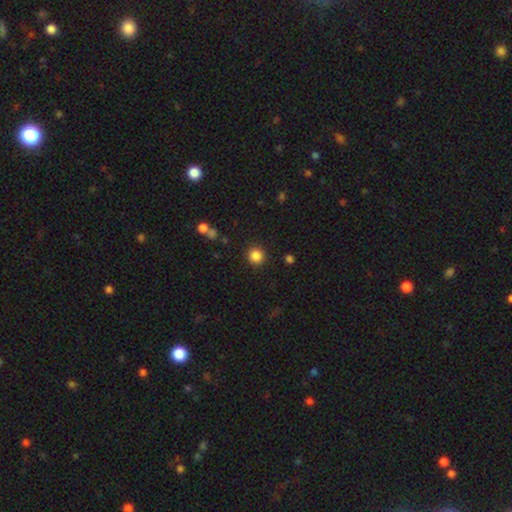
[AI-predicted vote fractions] This is clearly a smooth galaxy (86%). How rounded: clearly round (94%). Merging: clearly none (90%).